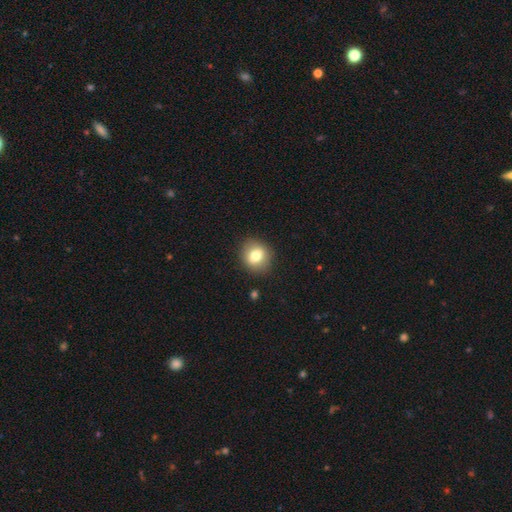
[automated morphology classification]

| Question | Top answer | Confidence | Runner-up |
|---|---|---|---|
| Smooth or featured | smooth | 77% | featured or disk (14%) |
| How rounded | round | 75% | in between (24%) |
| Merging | none | 88% | minor disturbance (8%) |